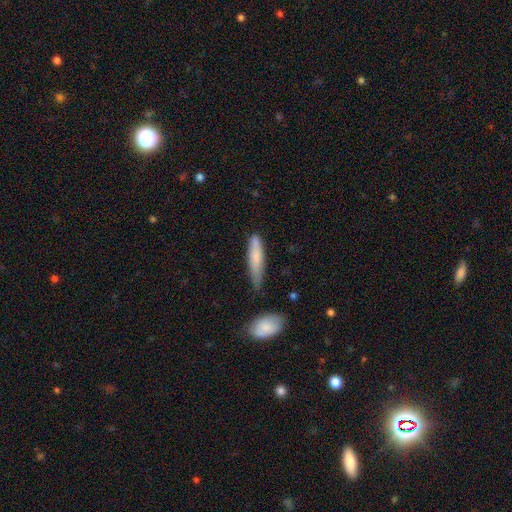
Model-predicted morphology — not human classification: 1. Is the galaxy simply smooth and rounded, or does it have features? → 74% smooth, 20% featured or disk, 6% star or artifact.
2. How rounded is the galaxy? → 83% cigar-shaped, 15% in between, 2% round.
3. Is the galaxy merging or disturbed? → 58% none, 29% minor disturbance, 7% major disturbance, 6% merger.